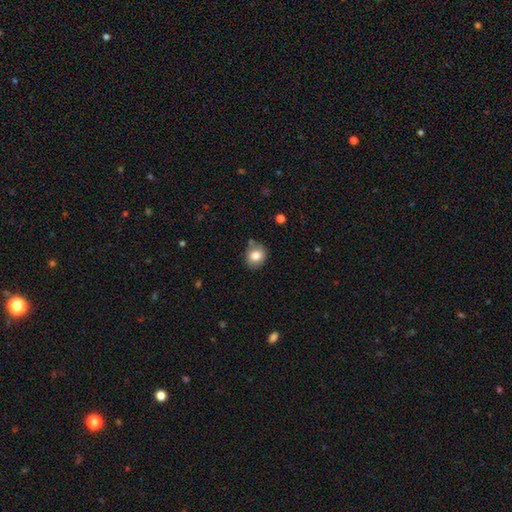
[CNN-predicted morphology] Smooth or featured: smooth — 81% (featured or disk — 10%)
How rounded: round — 73% (in between — 26%)
Merging: none — 73% (minor disturbance — 17%)